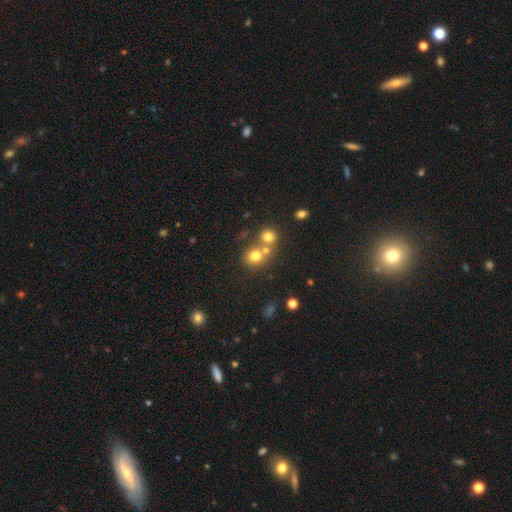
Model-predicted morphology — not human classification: smooth_or_featured: smooth (p=0.73) [alt: star or artifact p=0.15]
how_rounded: round (p=0.79) [alt: in between p=0.20]
merging: none (p=0.45) [alt: merger p=0.43]